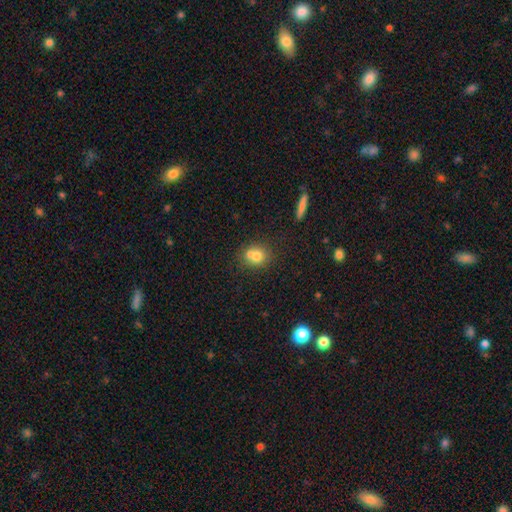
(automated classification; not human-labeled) This is likely a smooth galaxy (73%). How rounded: likely round (66%). Merging: marginally none (43%).